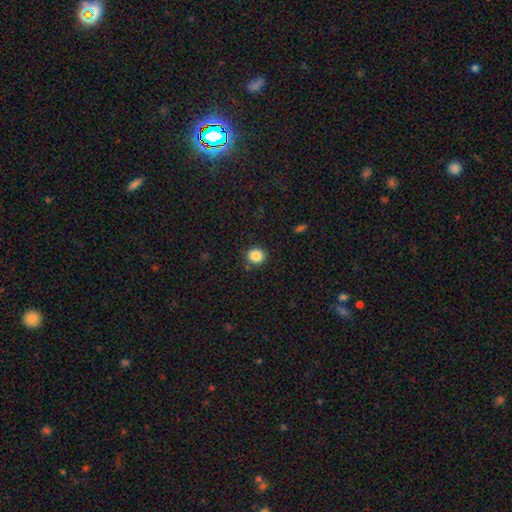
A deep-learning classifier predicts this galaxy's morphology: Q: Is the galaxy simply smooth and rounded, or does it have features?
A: smooth — 86%.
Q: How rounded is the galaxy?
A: round — 79%.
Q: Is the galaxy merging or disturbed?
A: none — 87%.